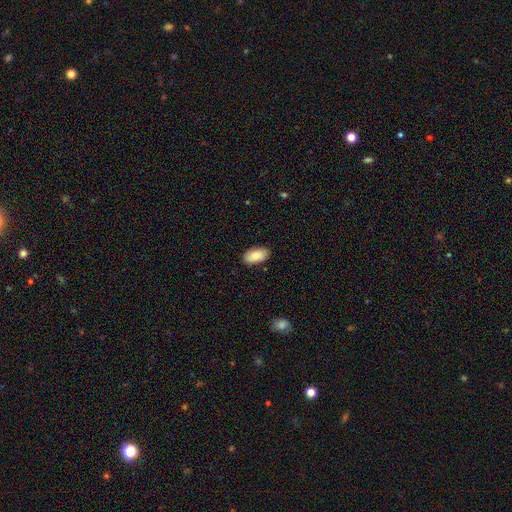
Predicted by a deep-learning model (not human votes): Smooth or featured? smooth (88%)
How rounded? in between (94%)
Merging? none (87%)